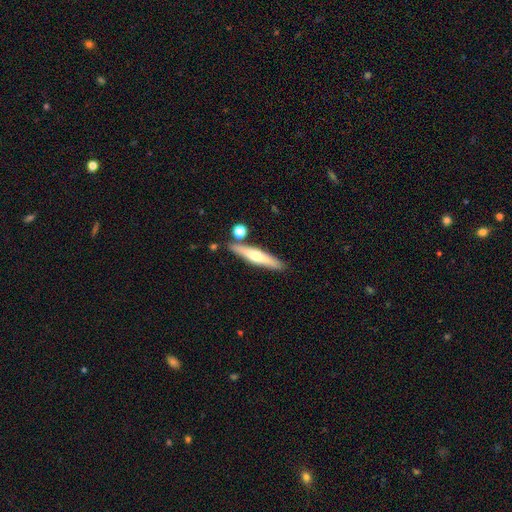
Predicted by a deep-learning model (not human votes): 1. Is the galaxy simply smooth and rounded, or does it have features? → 50% smooth, 44% featured or disk, 6% star or artifact.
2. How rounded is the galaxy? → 89% cigar-shaped, 9% in between, 2% round.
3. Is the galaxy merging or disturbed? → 81% none, 10% minor disturbance, 7% merger, 2% major disturbance.